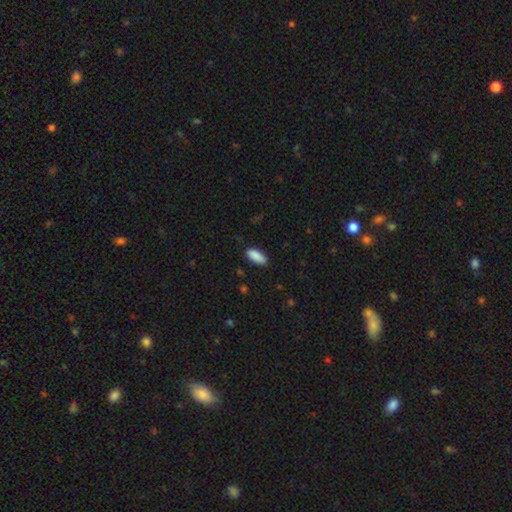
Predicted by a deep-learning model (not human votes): smooth_or_featured: smooth (p=0.90) [alt: star or artifact p=0.06]
how_rounded: in between (p=0.86) [alt: cigar-shaped p=0.12]
merging: none (p=0.82) [alt: minor disturbance p=0.14]